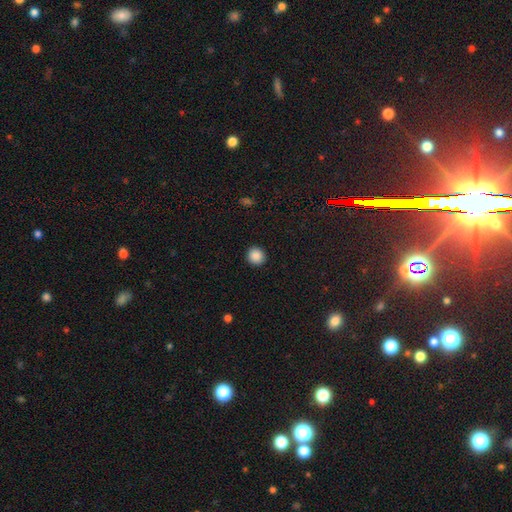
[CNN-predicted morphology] A smooth galaxy with no disk features (88%) that is round (91%). Merging: none (92%).